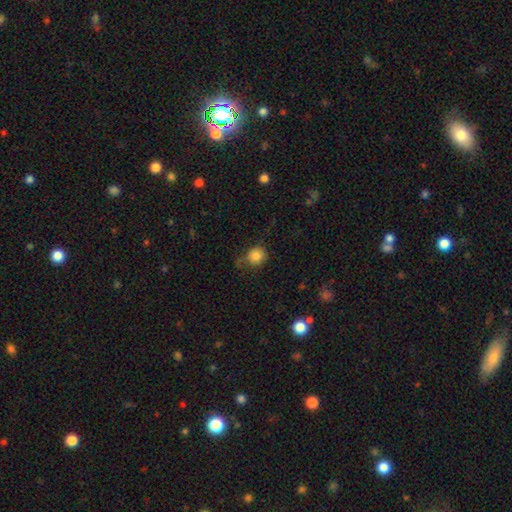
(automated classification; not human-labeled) The model was most divided on "merging": none: 60%, minor disturbance: 28%, major disturbance: 10%, merger: 3%. More confident: how rounded — round (86%); smooth or featured — smooth (84%).